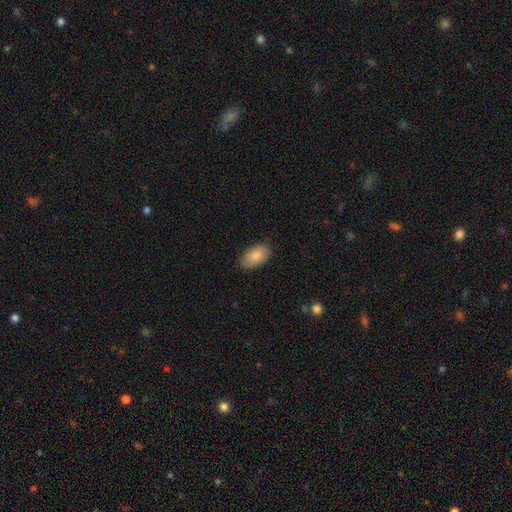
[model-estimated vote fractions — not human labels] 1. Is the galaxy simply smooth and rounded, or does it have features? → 86% smooth, 7% featured or disk, 6% star or artifact.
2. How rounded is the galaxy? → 95% in between, 4% round, 2% cigar-shaped.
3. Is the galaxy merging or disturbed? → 85% none, 12% minor disturbance, 2% major disturbance, 1% merger.